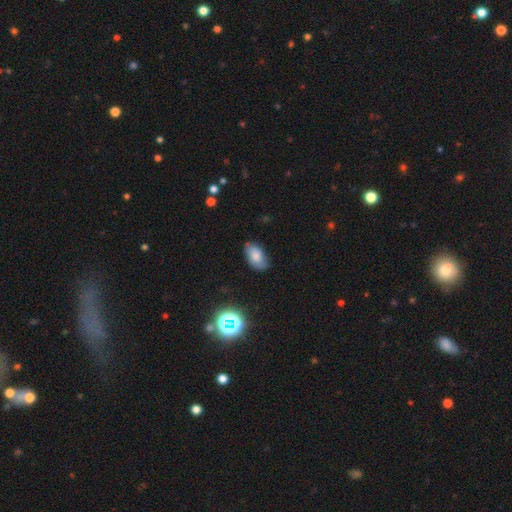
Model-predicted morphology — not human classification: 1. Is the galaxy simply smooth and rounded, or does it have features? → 77% smooth, 12% featured or disk, 11% star or artifact.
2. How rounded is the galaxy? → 93% in between, 5% round, 2% cigar-shaped.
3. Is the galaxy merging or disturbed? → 74% none, 21% minor disturbance, 4% major disturbance, 2% merger.